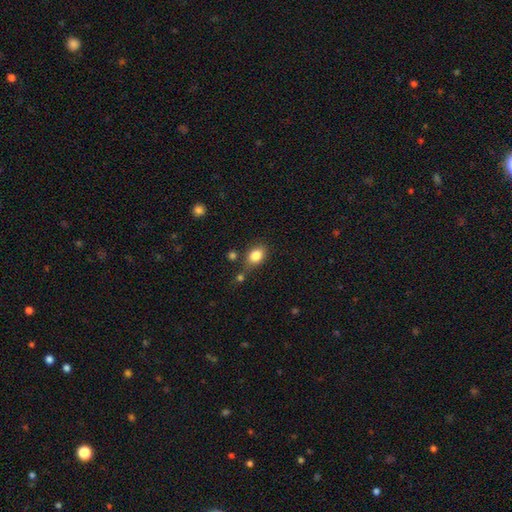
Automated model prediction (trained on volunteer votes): A smooth galaxy with no disk features (84%) that is in between round and cigar-shaped (65%). Merging: none (62%).